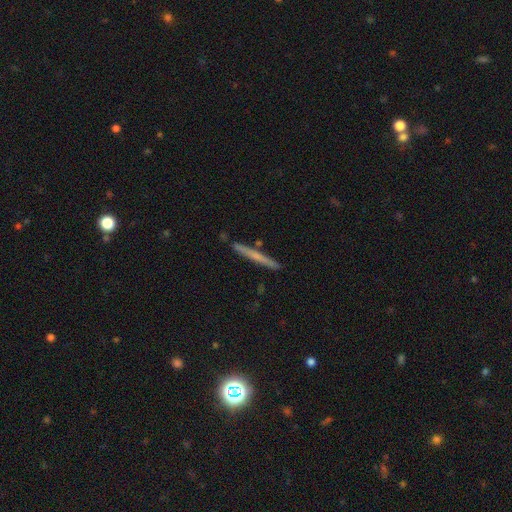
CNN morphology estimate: The model was most divided on "smooth or featured": featured or disk: 47%, smooth: 46%, star or artifact: 6%. More confident: merging — none (89%).